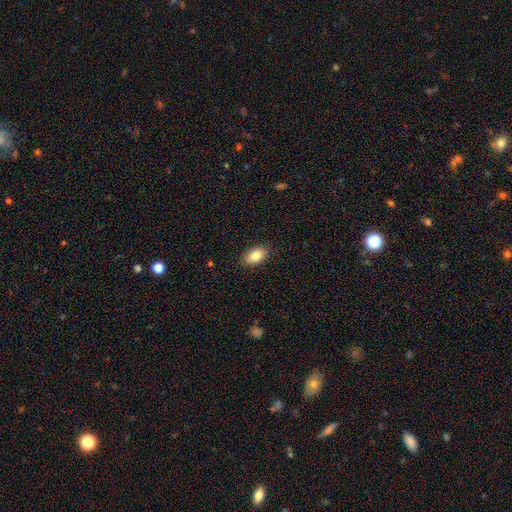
Smooth or featured? smooth (82%)
How rounded? in between (88%)
Merging? none (92%)